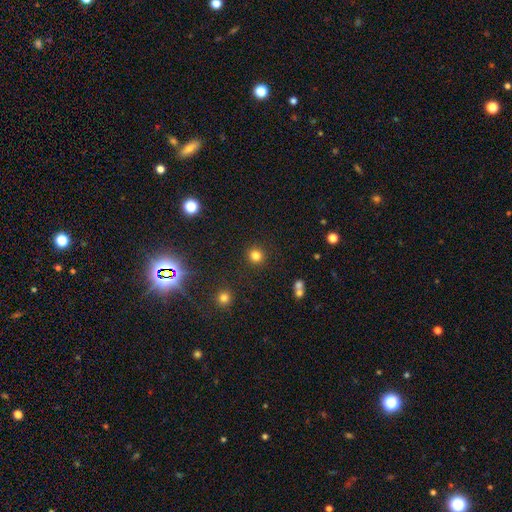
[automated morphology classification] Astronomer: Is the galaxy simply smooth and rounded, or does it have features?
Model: smooth — 81%.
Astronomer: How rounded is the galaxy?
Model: round — 92%.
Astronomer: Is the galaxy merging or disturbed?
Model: none — 90%.